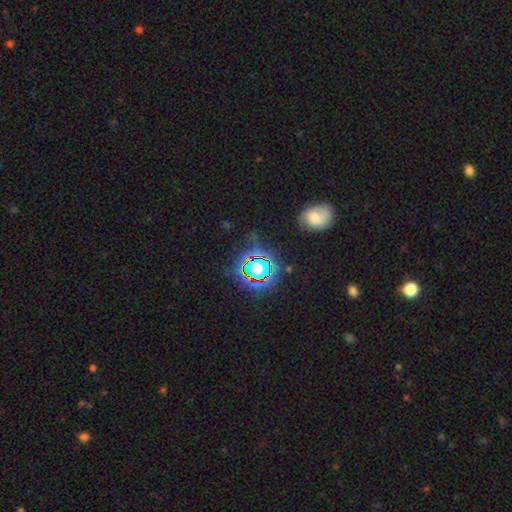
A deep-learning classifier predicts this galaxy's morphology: A star or artifact, not a galaxy (70%).

Vote fractions:
- Smooth or featured? star or artifact: 70% / smooth: 20% / featured or disk: 10%